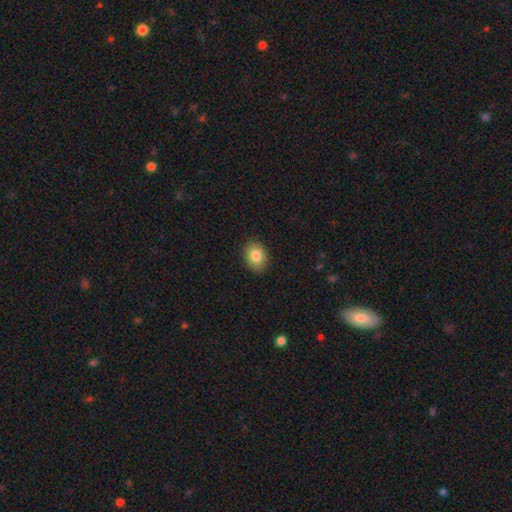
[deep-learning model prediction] The model was most divided on "how rounded": in between: 68%, round: 31%, cigar-shaped: 1%. More confident: merging — none (88%); smooth or featured — smooth (83%).